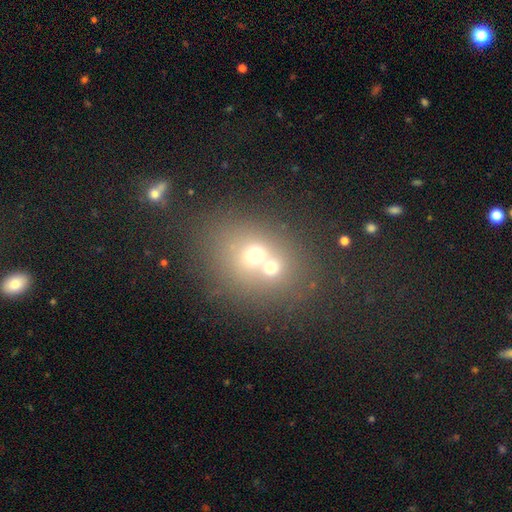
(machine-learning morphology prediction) Smooth or featured?
  - smooth: 58% *
  - featured or disk: 22%
  - star or artifact: 20%
How rounded?
  - round: 62% *
  - in between: 37%
  - cigar-shaped: 1%
Merging?
  - merger: 56% *
  - none: 33%
  - minor disturbance: 7%
  - major disturbance: 4%